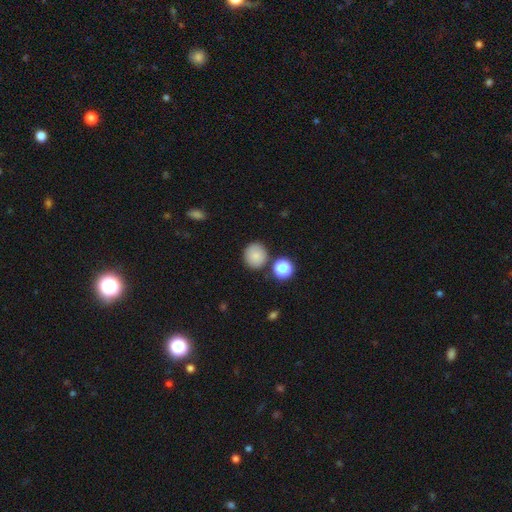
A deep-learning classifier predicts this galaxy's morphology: smooth_or_featured: smooth (p=0.84) [alt: star or artifact p=0.10]
how_rounded: round (p=0.86) [alt: in between p=0.13]
merging: none (p=0.80) [alt: minor disturbance p=0.10]